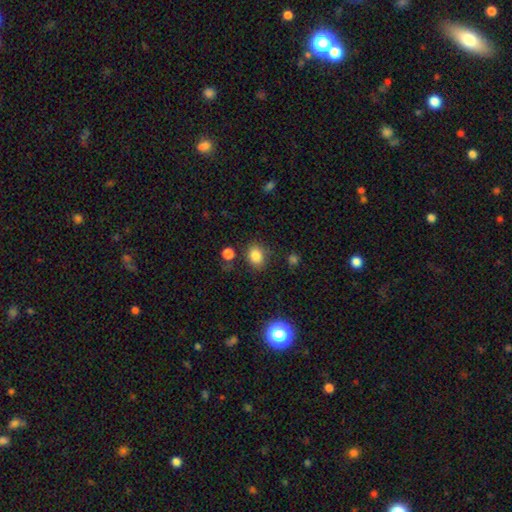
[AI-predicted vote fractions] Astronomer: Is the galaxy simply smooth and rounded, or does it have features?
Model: smooth — 83%.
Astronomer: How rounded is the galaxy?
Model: round — 55% (runner-up: in between, 44%).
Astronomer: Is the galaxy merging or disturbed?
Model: none — 77%.